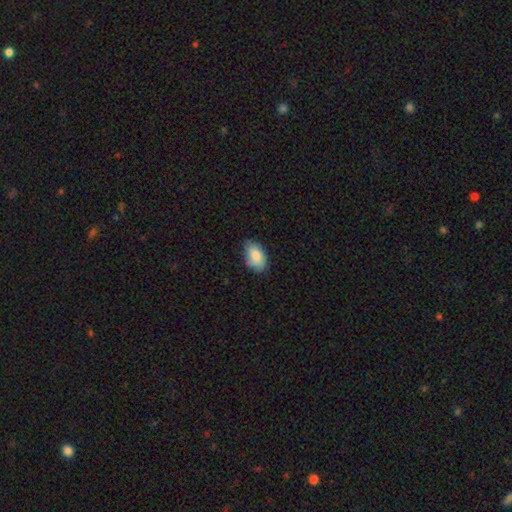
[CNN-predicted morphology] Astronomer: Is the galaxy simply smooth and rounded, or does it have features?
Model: smooth — 84%.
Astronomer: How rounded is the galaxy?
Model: in between — 92%.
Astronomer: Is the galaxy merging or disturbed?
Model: none — 70%.